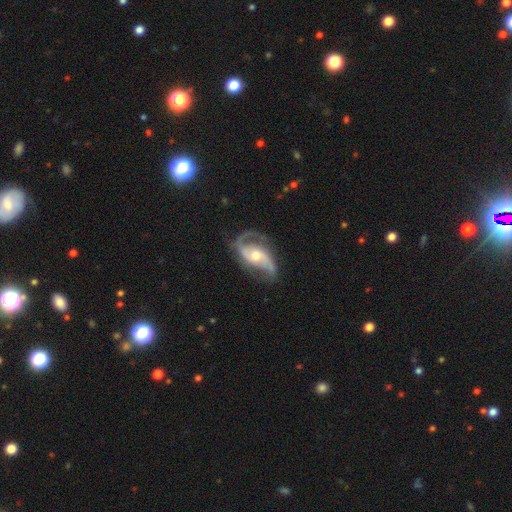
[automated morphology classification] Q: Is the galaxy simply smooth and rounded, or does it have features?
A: featured or disk — 87%.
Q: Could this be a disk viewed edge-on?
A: no — 96%.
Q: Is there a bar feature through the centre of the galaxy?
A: no — 50%.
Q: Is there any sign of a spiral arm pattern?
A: yes — 95%.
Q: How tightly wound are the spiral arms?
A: medium — 44%.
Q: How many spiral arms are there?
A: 2 — 86%.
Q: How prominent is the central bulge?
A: moderate — 66%.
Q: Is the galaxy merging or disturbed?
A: none — 66%.